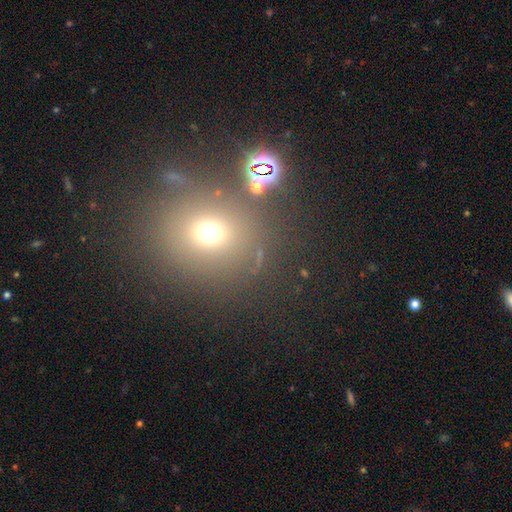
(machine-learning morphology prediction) smooth 58%, star or artifact 30%, featured or disk 12%. Down the decision tree: how rounded — round (79%); merging — none (77%).